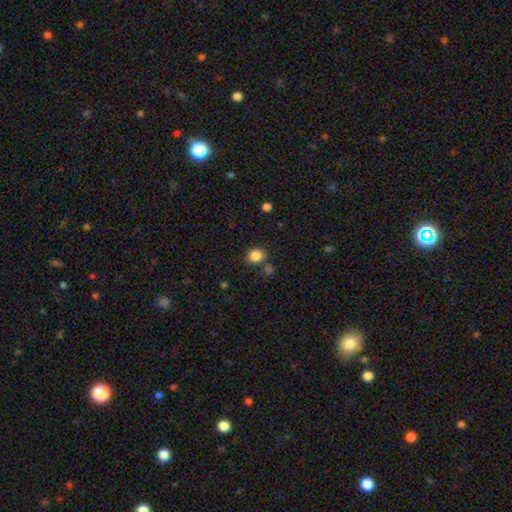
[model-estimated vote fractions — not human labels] smooth-or-featured: smooth: 85% | star or artifact: 11% | featured or disk: 4%
  how-rounded: round: 74% | in between: 25% | cigar-shaped: 1%
  merging: none: 78% | minor disturbance: 10% | merger: 8% | major disturbance: 3%